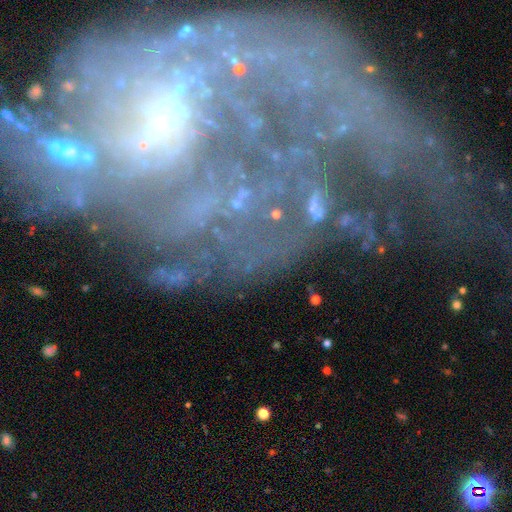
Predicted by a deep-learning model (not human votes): This appears to be a featured or disk galaxy (71%) with no bar (39%), tight (62%) spiral arms (84%) and a small central bulge (49%). Merging: none (60%).